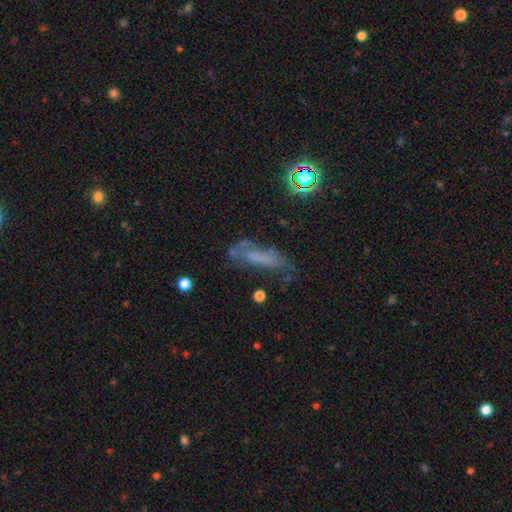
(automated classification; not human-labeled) A featured or disk galaxy (42%). Merging: none (44%).